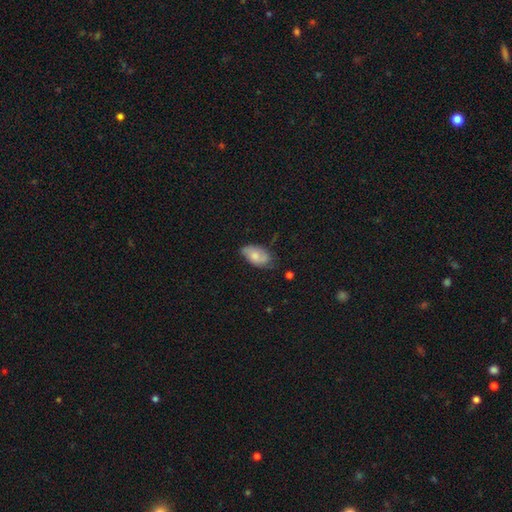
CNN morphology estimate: Smooth or featured?
  - smooth: 66% *
  - featured or disk: 27%
  - star or artifact: 7%
How rounded?
  - in between: 93% *
  - round: 5%
  - cigar-shaped: 2%
Merging?
  - none: 60% *
  - minor disturbance: 31%
  - major disturbance: 7%
  - merger: 2%